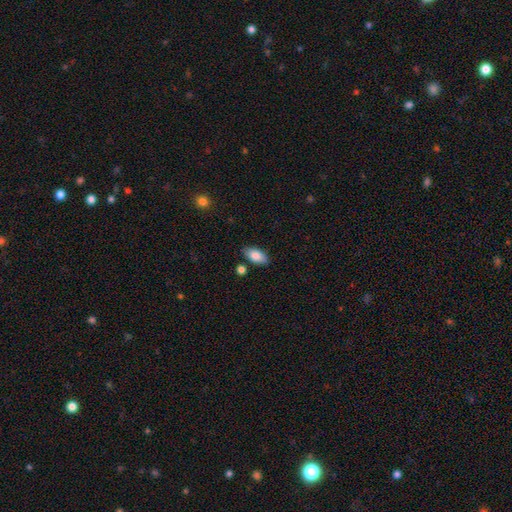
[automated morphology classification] Q: Smooth or featured?
A: smooth (85%); runner-up: featured or disk (8%)
Q: How rounded?
A: in between (92%); runner-up: cigar-shaped (4%)
Q: Merging?
A: none (81%); runner-up: minor disturbance (12%)